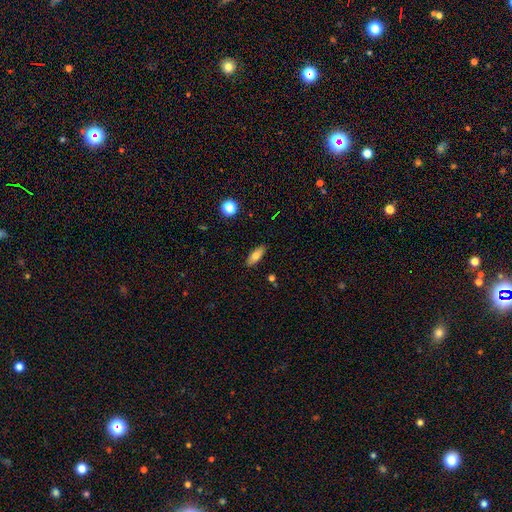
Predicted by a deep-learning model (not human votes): This appears to be a smooth galaxy with no disk features (71%) that is in between round and cigar-shaped (71%). Merging: none (88%).